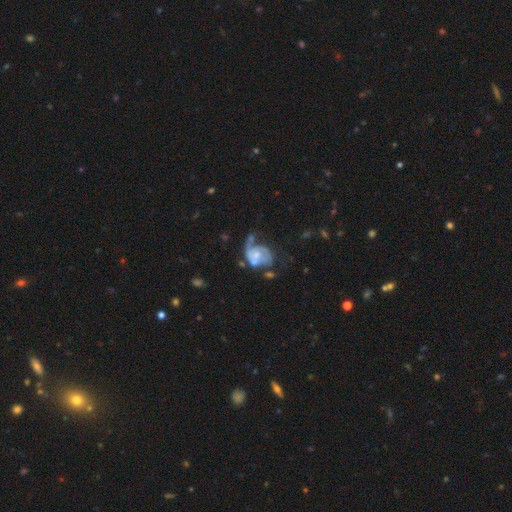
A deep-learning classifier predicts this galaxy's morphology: Overall: featured or disk (70%). Edge-on disk: no (98%). Bar: no (75%). Spiral arms: yes (75%). Spiral arm count: 1 (38%; 2 36%). Spiral winding: medium (38%; tight 33%). Bulge size: small (45%; moderate 43%). Merging: major disturbance (35%; none 26%).